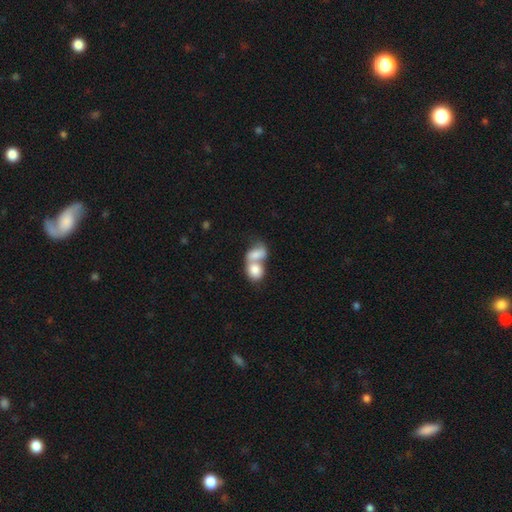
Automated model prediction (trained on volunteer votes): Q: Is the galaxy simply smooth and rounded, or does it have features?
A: smooth — 75%.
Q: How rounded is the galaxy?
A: in between — 70%.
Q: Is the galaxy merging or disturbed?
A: merger — 79%.